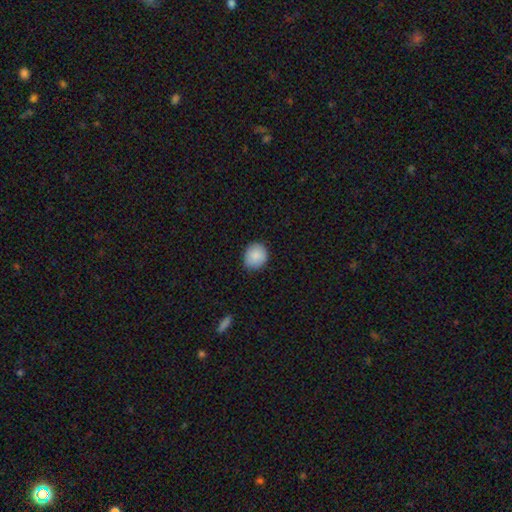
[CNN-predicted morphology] Smooth or featured? Predicted: smooth (p=0.88). How rounded? Predicted: round (p=0.78). Merging? Predicted: none (p=0.84).